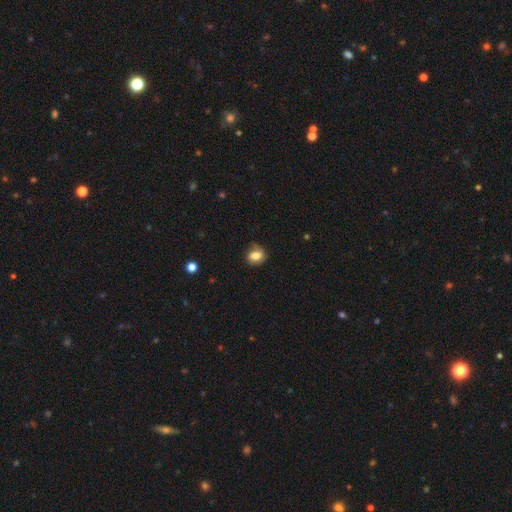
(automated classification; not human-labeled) smooth 78%, featured or disk 13%, star or artifact 9%. Down the decision tree: how rounded — in between (52%); merging — none (68%).